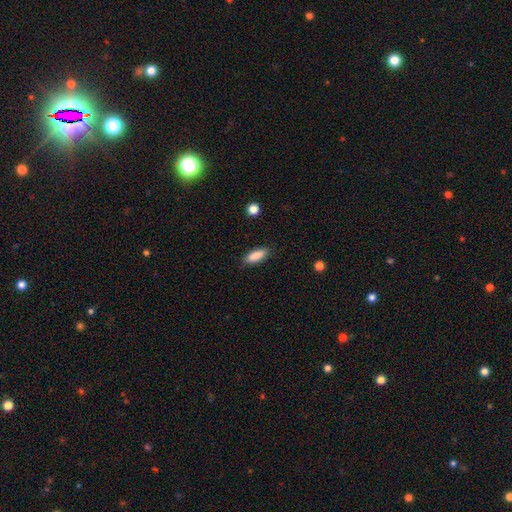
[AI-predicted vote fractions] Morphology: type=smooth (88%); roundness=in between (71%); merging=none (86%).